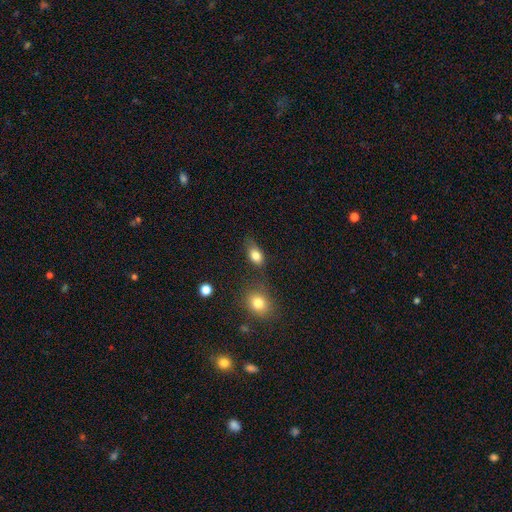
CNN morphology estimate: This is clearly a smooth galaxy (82%). How rounded: likely in between (79%). Merging: likely none (63%).